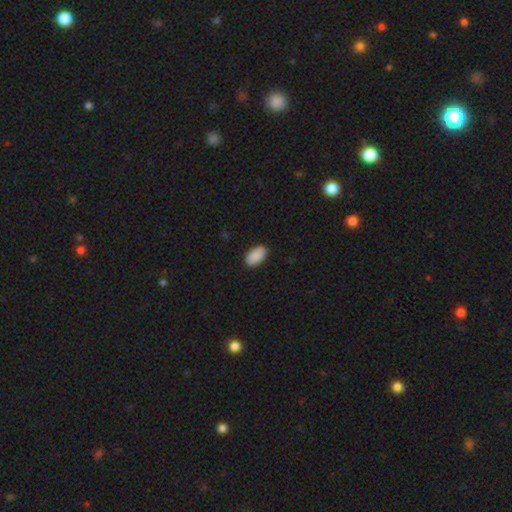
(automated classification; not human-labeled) Smooth or featured: smooth — 90% (star or artifact — 6%)
How rounded: in between — 95% (round — 3%)
Merging: none — 88% (minor disturbance — 9%)